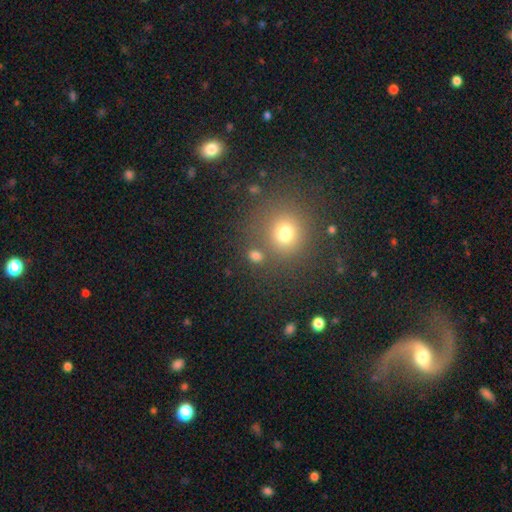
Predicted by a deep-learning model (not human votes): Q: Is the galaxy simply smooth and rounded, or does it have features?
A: smooth — 73%.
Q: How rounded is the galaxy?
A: round — 68%.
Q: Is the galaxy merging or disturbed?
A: none — 75%.